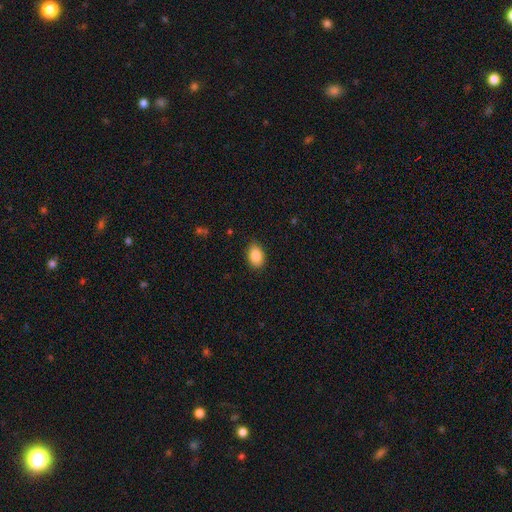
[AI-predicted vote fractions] smooth 86%, star or artifact 8%, featured or disk 6%. Down the decision tree: how rounded — in between (84%); merging — none (87%).